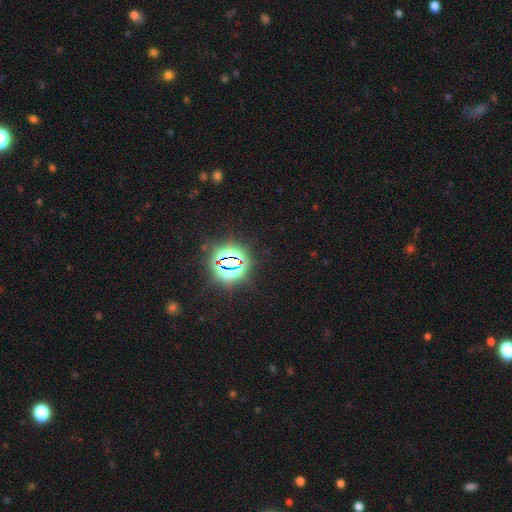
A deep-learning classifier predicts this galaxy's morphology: A star or artifact, not a galaxy (81%).

Vote fractions:
- Smooth or featured? star or artifact: 81% / smooth: 12% / featured or disk: 7%